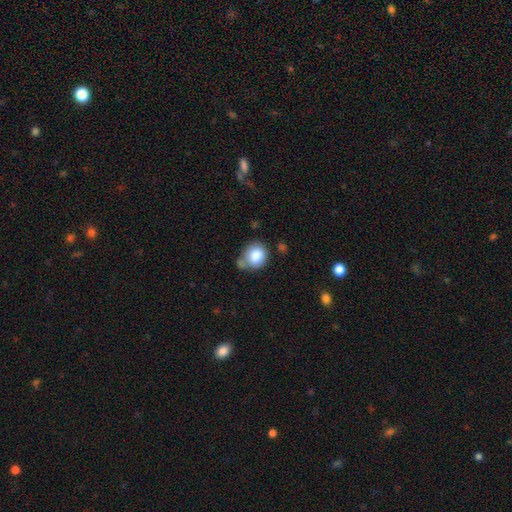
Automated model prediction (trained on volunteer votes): smooth_or_featured: smooth (p=0.84) [alt: star or artifact p=0.08]
how_rounded: round (p=0.62) [alt: in between p=0.37]
merging: none (p=0.47) [alt: minor disturbance p=0.27]